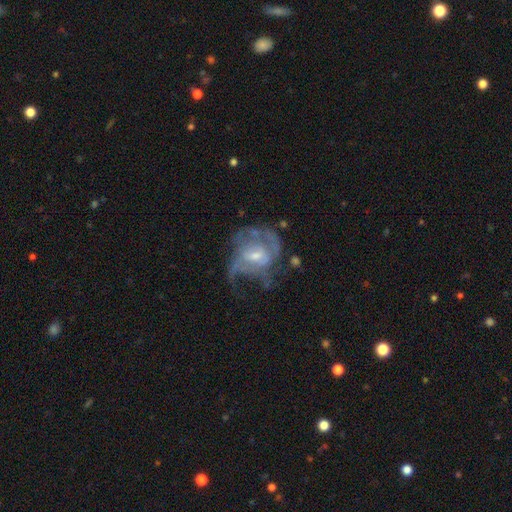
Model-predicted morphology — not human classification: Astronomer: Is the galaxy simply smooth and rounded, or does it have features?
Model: featured or disk — 77%.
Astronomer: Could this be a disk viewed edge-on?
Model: no — 97%.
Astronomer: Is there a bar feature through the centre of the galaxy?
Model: no — 47% (runner-up: weak, 43%).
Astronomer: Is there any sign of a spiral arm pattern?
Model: yes — 72%.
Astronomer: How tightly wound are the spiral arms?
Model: medium — 42% (runner-up: loose, 29%).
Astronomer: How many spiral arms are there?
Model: can't tell — 39% (runner-up: 2, 32%).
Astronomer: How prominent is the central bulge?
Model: small — 51% (runner-up: moderate, 41%).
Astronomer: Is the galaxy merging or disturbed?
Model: none — 38%, tied with major disturbance at 38%.